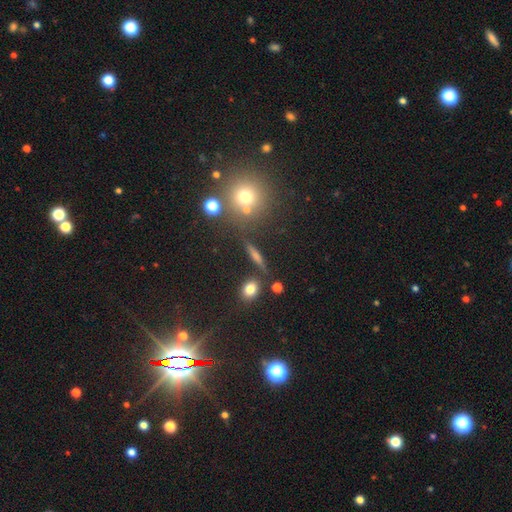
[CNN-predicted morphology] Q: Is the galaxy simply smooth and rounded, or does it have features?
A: smooth — 46%.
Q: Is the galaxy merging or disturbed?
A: none — 81%.